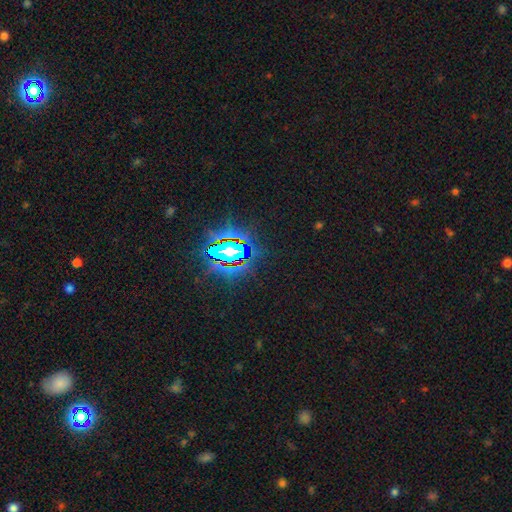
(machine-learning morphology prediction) The model was most divided on "smooth or featured": star or artifact: 83%, smooth: 10%, featured or disk: 7%.